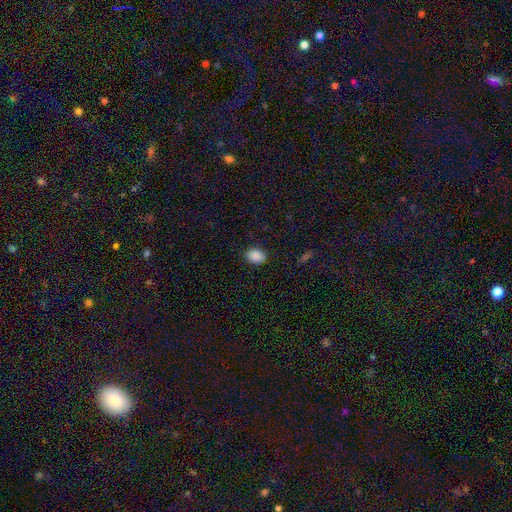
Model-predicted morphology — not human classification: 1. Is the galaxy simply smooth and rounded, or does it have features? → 88% smooth, 8% star or artifact, 4% featured or disk.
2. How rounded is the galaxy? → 63% in between, 36% round, 1% cigar-shaped.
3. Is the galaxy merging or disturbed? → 86% none, 10% minor disturbance, 2% major disturbance, 1% merger.